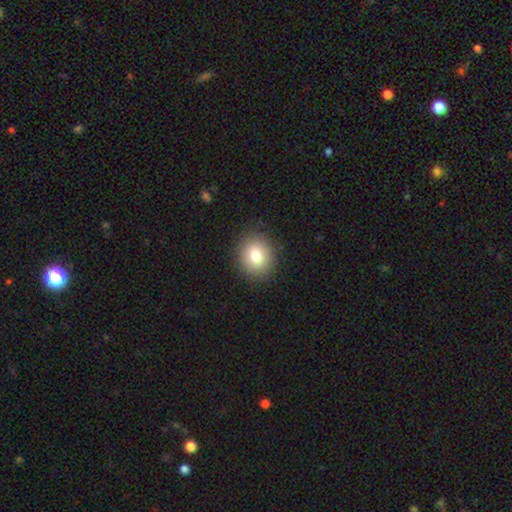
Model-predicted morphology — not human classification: Smooth or featured? Predicted: smooth (p=0.79). How rounded? Predicted: round (p=0.72). Merging? Predicted: none (p=0.88).